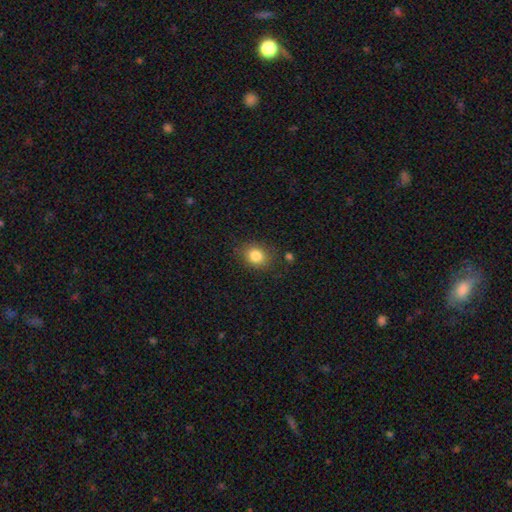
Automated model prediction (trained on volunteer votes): Smooth or featured? Predicted: smooth (p=0.83). How rounded? Predicted: round (p=0.56). Merging? Predicted: none (p=0.81).